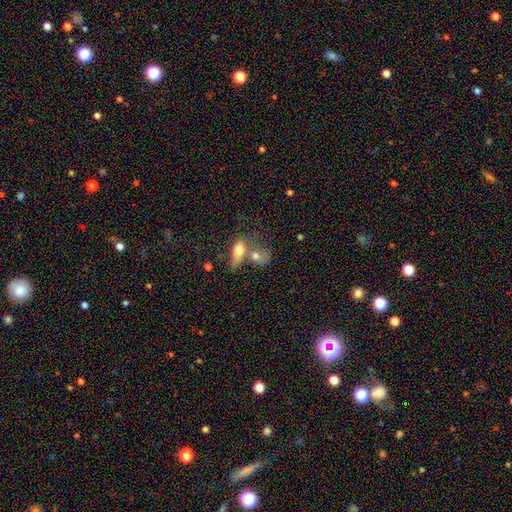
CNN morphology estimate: Smooth or featured? smooth (71%)
How rounded? in between (67%)
Merging? merger (65%)